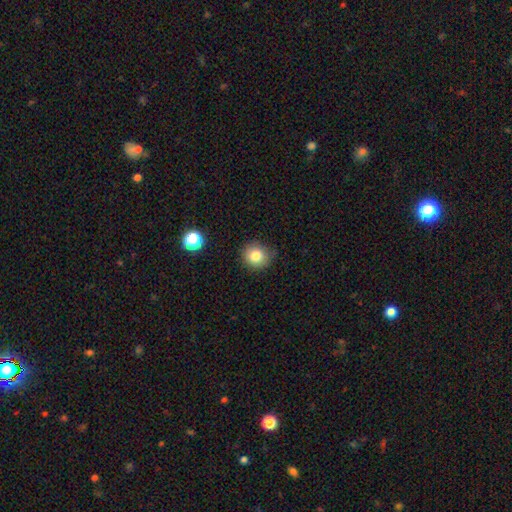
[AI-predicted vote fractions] A smooth galaxy with no disk features (81%) that is round (86%). Merging: none (82%).